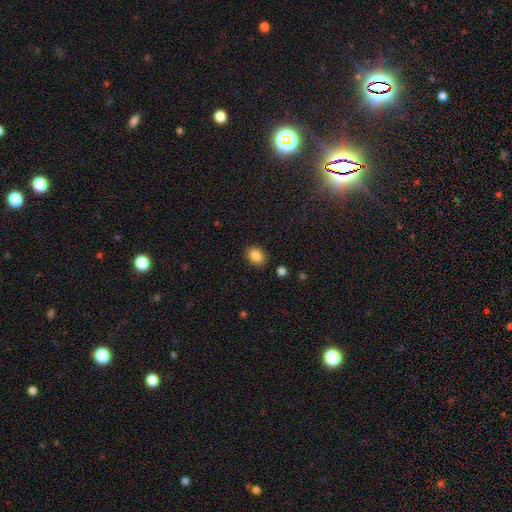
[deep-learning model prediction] Morphology: type=smooth (85%); roundness=in between (57%); merging=none (88%).